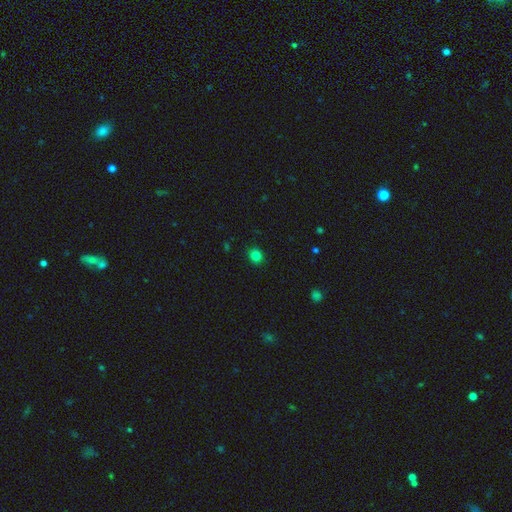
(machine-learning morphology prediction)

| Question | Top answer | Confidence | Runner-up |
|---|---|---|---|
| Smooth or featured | smooth | 82% | star or artifact (14%) |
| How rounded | round | 78% | in between (21%) |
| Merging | none | 90% | minor disturbance (7%) |